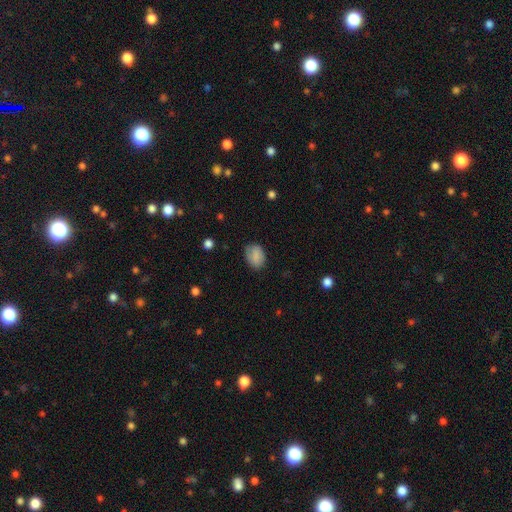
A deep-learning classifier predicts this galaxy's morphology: A smooth galaxy with no disk features (84%) that is in between round and cigar-shaped (74%). Merging: none (76%).